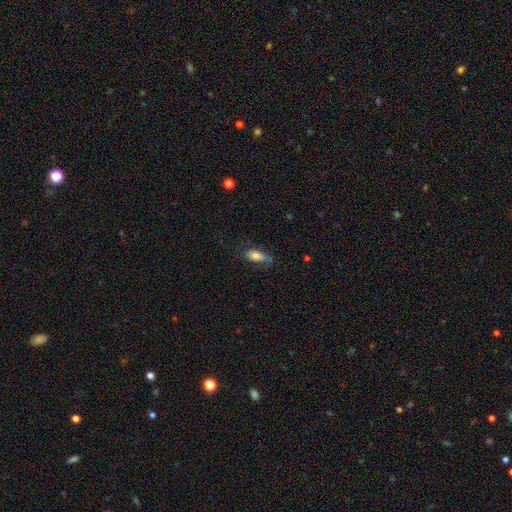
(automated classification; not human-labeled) Smooth or featured: smooth — 76% (featured or disk — 17%)
How rounded: in between — 87% (cigar-shaped — 10%)
Merging: none — 57% (minor disturbance — 26%)